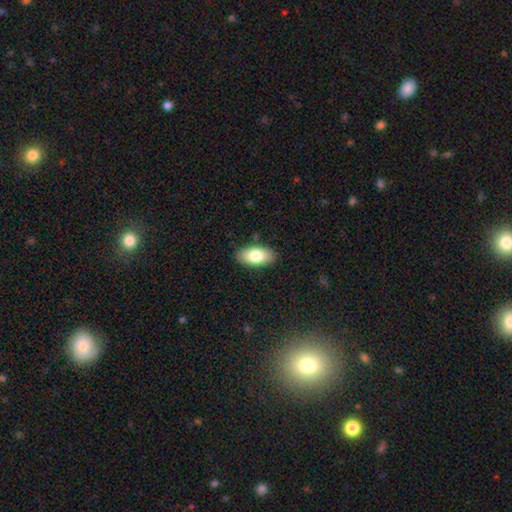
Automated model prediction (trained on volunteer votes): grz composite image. It shows a smooth galaxy with no disk features (79%) that is in between round and cigar-shaped (94%). Merging: none (87%).